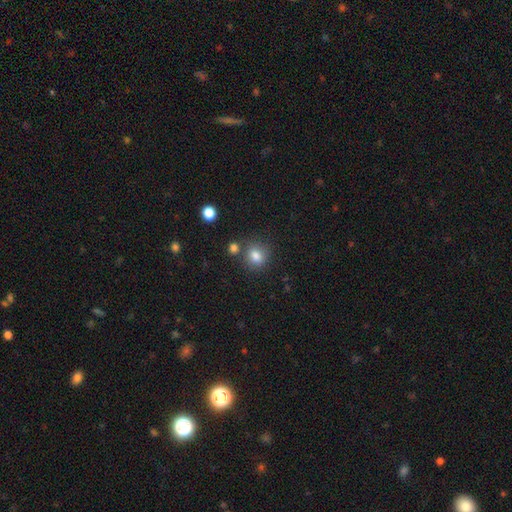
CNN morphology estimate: A smooth galaxy with no disk features (82%) that is round (72%).

Vote fractions:
- Smooth or featured? smooth: 82% / star or artifact: 11% / featured or disk: 7%
- How rounded? round: 72% / in between: 27% / cigar-shaped: 1%
- Merging? none: 70% / merger: 13% / minor disturbance: 12% / major disturbance: 4%